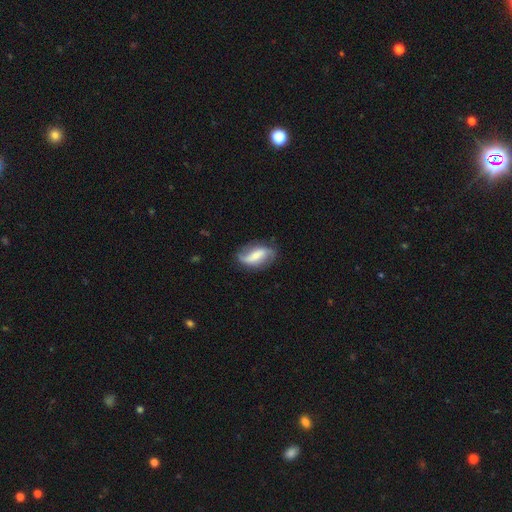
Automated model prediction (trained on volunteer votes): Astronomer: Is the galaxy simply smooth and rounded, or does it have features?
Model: featured or disk — 68%.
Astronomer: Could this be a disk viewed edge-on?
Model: no — 94%.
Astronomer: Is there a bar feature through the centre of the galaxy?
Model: strong — 41% (runner-up: weak, 36%).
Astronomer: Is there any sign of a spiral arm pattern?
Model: yes — 90%.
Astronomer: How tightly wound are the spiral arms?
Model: loose — 63%.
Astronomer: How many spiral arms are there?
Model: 2 — 83%.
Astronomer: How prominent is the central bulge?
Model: small — 41% (runner-up: moderate, 34%).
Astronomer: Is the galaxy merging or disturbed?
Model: none — 71%.